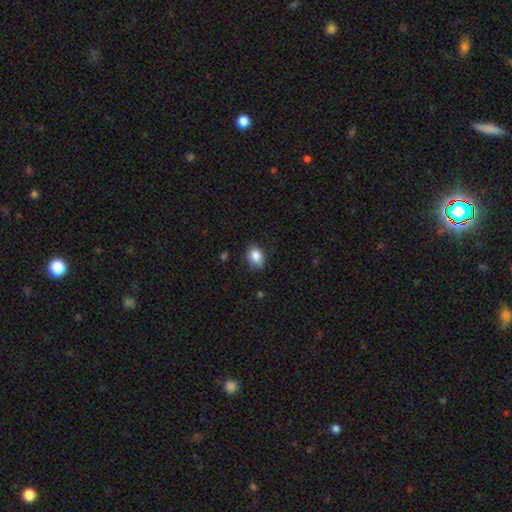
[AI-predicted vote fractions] smooth-or-featured: smooth: 85% | star or artifact: 8% | featured or disk: 6%
  how-rounded: in between: 75% | round: 23% | cigar-shaped: 1%
  merging: none: 75% | minor disturbance: 20% | major disturbance: 4% | merger: 1%